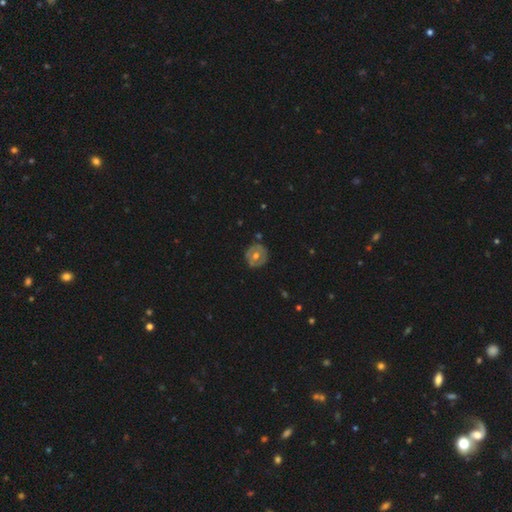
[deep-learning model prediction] A featured or disk galaxy (54%) with no bar (72%), no spiral arms (72%) and a moderate central bulge (78%). Merging: none (81%).